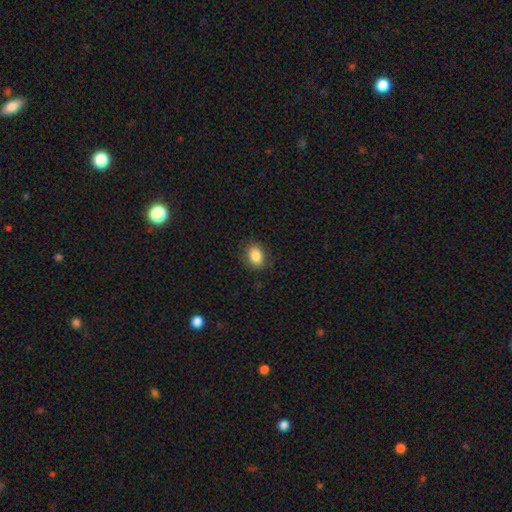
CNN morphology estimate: smooth-or-featured: smooth: 86% | star or artifact: 9% | featured or disk: 6%
  how-rounded: in between: 70% | round: 29% | cigar-shaped: 1%
  merging: none: 86% | minor disturbance: 10% | major disturbance: 3% | merger: 1%